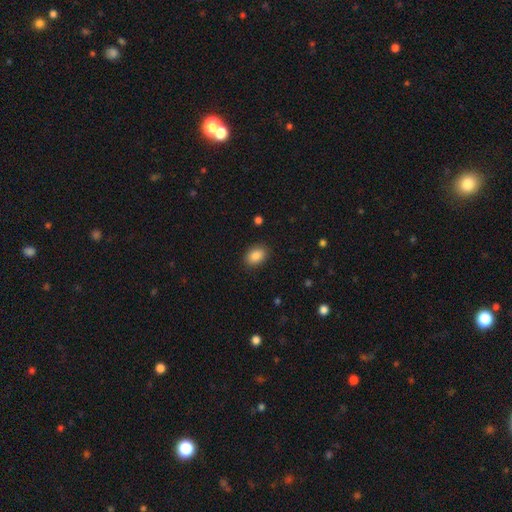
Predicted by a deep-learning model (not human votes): A smooth galaxy with no disk features (88%) that is in between round and cigar-shaped (83%).

Vote fractions:
- Smooth or featured? smooth: 88% / star or artifact: 8% / featured or disk: 4%
- How rounded? in between: 83% / round: 16% / cigar-shaped: 1%
- Merging? none: 88% / minor disturbance: 9% / major disturbance: 2% / merger: 1%